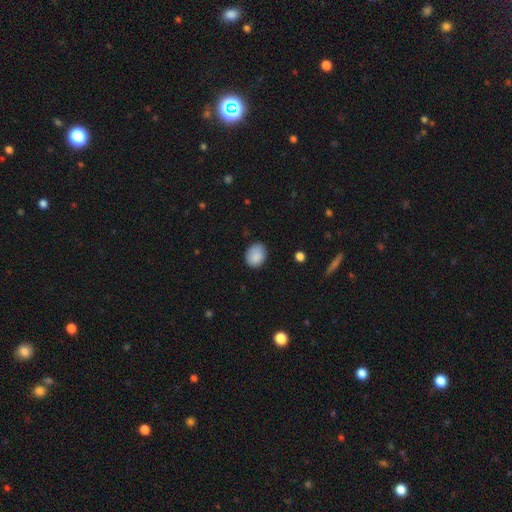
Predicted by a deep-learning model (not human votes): Smooth or featured?
  - smooth: 88% *
  - star or artifact: 8%
  - featured or disk: 5%
How rounded?
  - in between: 55% *
  - round: 44%
  - cigar-shaped: 1%
Merging?
  - none: 76% *
  - minor disturbance: 19%
  - major disturbance: 3%
  - merger: 1%